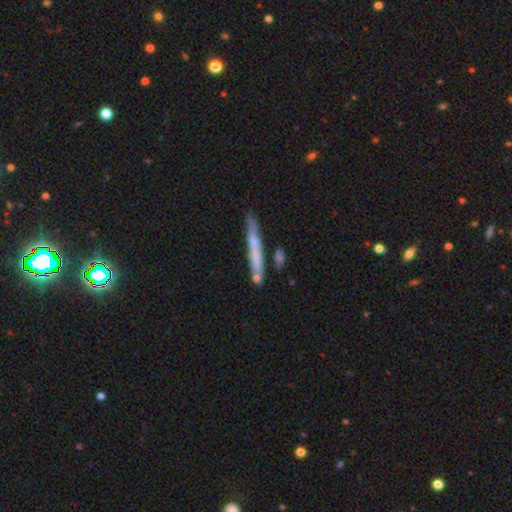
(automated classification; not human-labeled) Smooth or featured?
  - smooth: 54% *
  - featured or disk: 39%
  - star or artifact: 7%
How rounded?
  - cigar-shaped: 94% *
  - in between: 4%
  - round: 2%
Merging?
  - none: 71% *
  - minor disturbance: 15%
  - merger: 10%
  - major disturbance: 4%